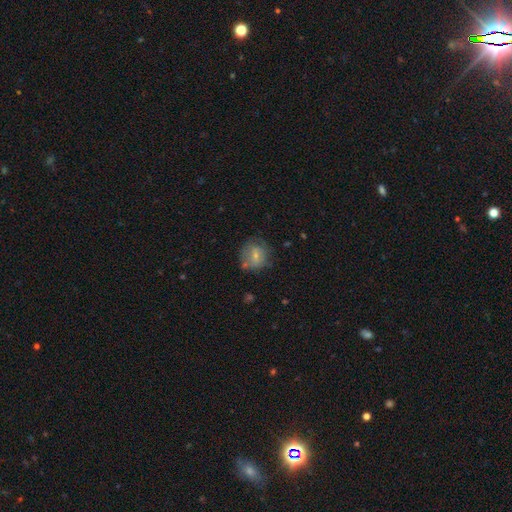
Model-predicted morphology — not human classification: A smooth galaxy with no disk features (61%) that is round (76%). Merging: none (61%).